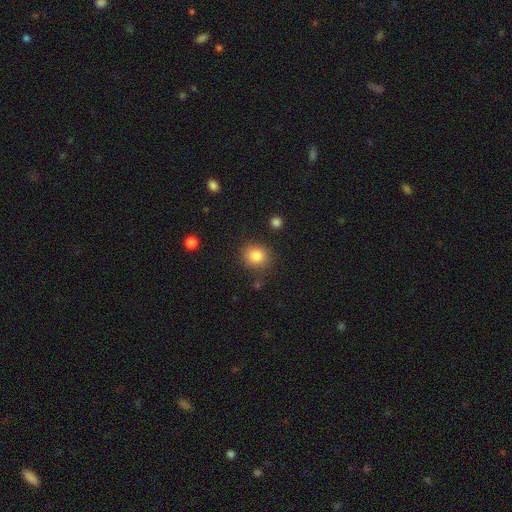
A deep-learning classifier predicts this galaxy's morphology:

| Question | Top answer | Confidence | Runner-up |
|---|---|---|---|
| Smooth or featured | smooth | 83% | star or artifact (10%) |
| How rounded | round | 82% | in between (17%) |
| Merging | none | 85% | minor disturbance (9%) |